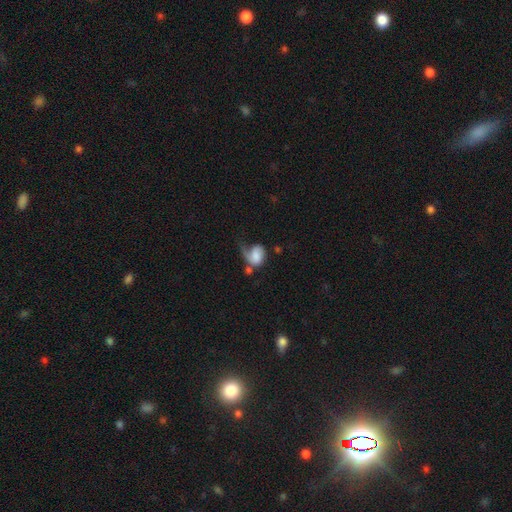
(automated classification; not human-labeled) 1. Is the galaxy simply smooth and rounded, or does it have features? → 56% smooth, 36% featured or disk, 8% star or artifact.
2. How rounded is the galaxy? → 69% in between, 30% round, 1% cigar-shaped.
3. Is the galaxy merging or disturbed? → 43% major disturbance, 23% none, 21% minor disturbance, 13% merger.